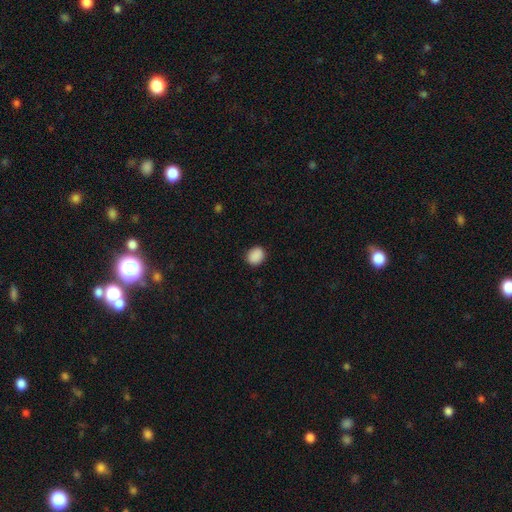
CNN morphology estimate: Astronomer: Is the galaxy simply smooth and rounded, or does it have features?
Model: smooth — 90%.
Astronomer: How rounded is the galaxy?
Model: round — 67%.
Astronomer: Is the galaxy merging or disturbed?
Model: none — 89%.